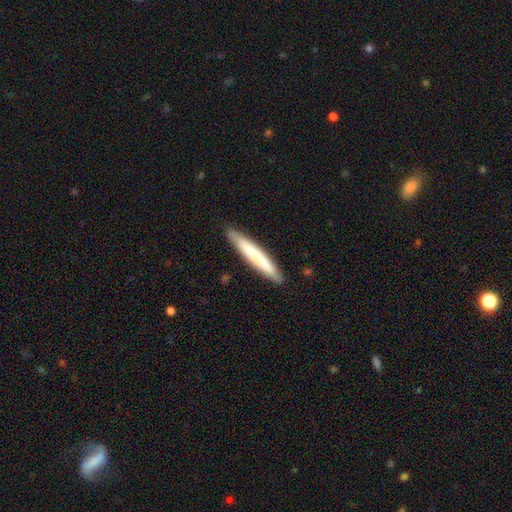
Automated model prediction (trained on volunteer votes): Smooth or featured?
  - smooth: 68% *
  - featured or disk: 26%
  - star or artifact: 6%
How rounded?
  - cigar-shaped: 95% *
  - in between: 4%
  - round: 1%
Merging?
  - none: 87% *
  - minor disturbance: 10%
  - major disturbance: 2%
  - merger: 1%